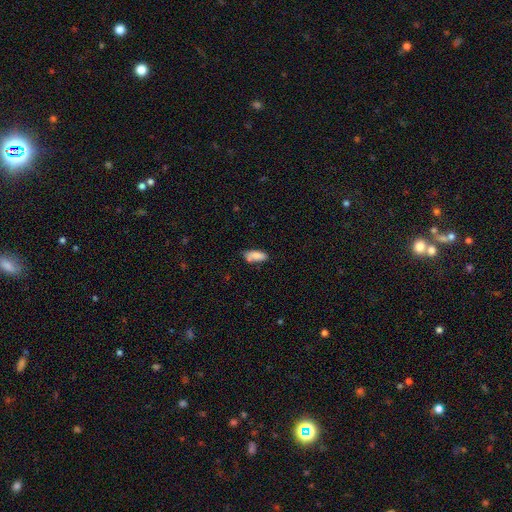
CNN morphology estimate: A smooth galaxy with no disk features (83%) that is in between round and cigar-shaped (80%).

Vote fractions:
- Smooth or featured? smooth: 83% / featured or disk: 9% / star or artifact: 7%
- How rounded? in between: 80% / cigar-shaped: 18% / round: 2%
- Merging? none: 64% / minor disturbance: 24% / merger: 7% / major disturbance: 5%